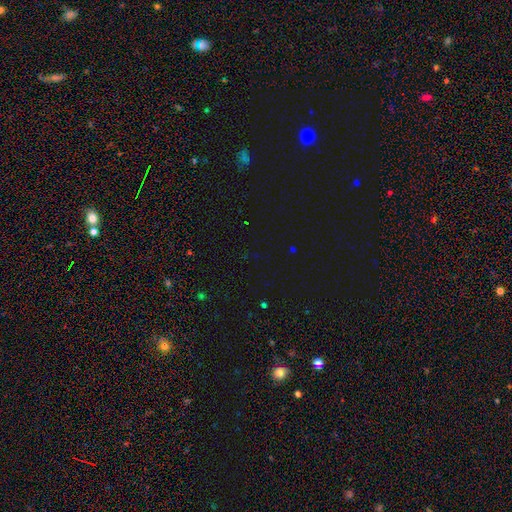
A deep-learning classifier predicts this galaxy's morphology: This is likely a star or artifact rather than a galaxy (72%).